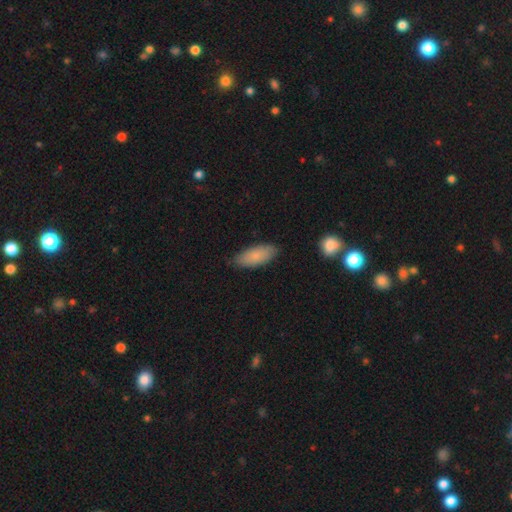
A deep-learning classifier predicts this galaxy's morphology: smooth 81%, featured or disk 13%, star or artifact 6%. Down the decision tree: how rounded — in between (80%); merging — none (81%).